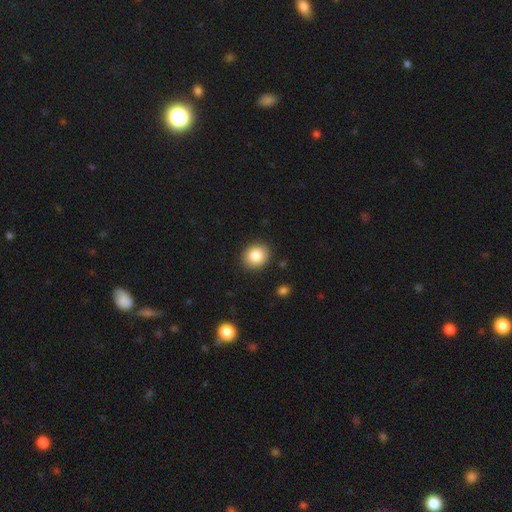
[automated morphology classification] This is clearly a smooth galaxy (85%). How rounded: likely round (72%). Merging: clearly none (89%).